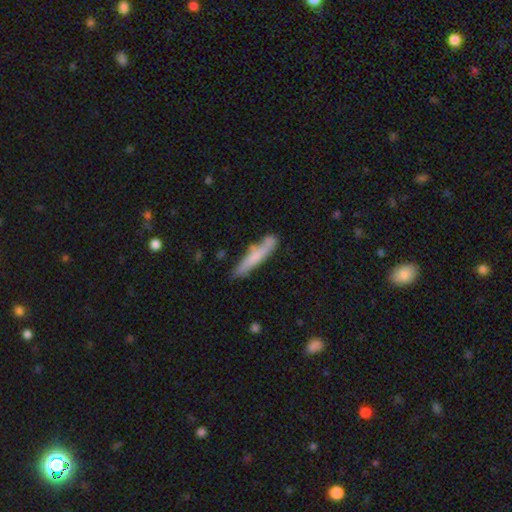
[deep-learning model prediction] Smooth or featured: smooth — 65% (featured or disk — 29%)
How rounded: cigar-shaped — 91% (in between — 7%)
Merging: none — 70% (minor disturbance — 18%)